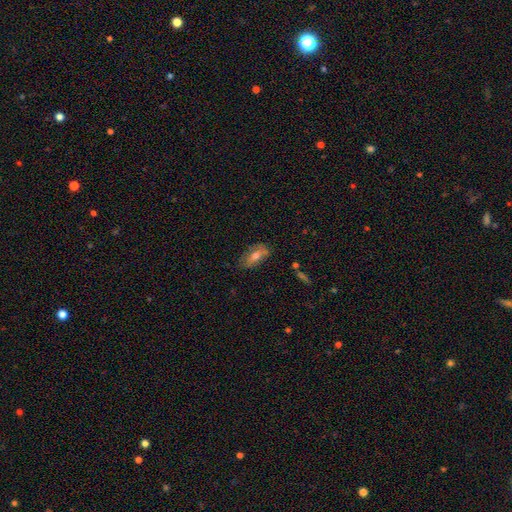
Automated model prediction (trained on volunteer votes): Smooth or featured: smooth — 57% (featured or disk — 34%)
How rounded: in between — 86% (cigar-shaped — 8%)
Merging: none — 70% (minor disturbance — 22%)